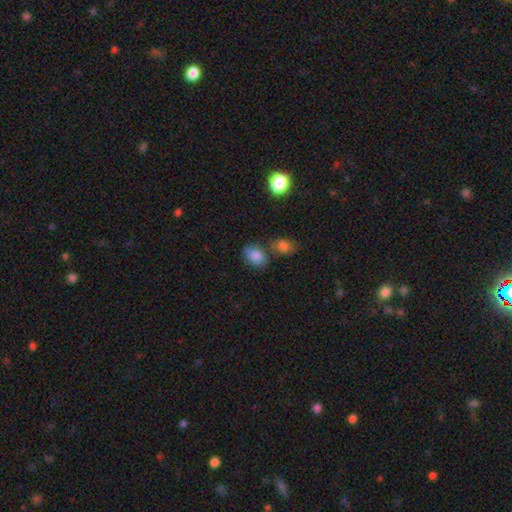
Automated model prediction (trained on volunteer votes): The model was most divided on "merging": none: 55%, merger: 21%, minor disturbance: 18%, major disturbance: 6%. More confident: smooth or featured — smooth (83%); how rounded — in between (73%).